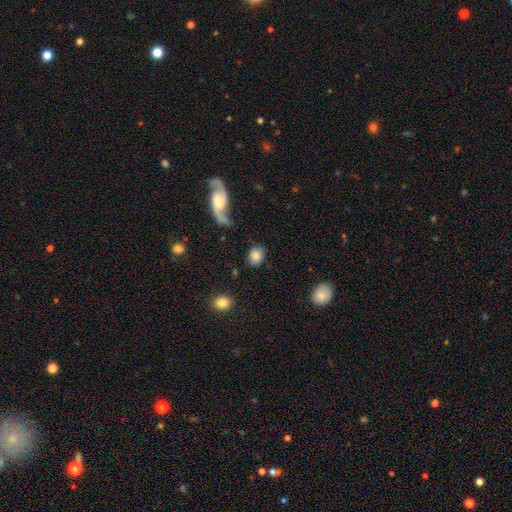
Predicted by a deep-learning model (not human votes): Q: Smooth or featured?
A: smooth (81%); runner-up: featured or disk (12%)
Q: How rounded?
A: round (54%); runner-up: in between (44%)
Q: Merging?
A: none (75%); runner-up: minor disturbance (14%)